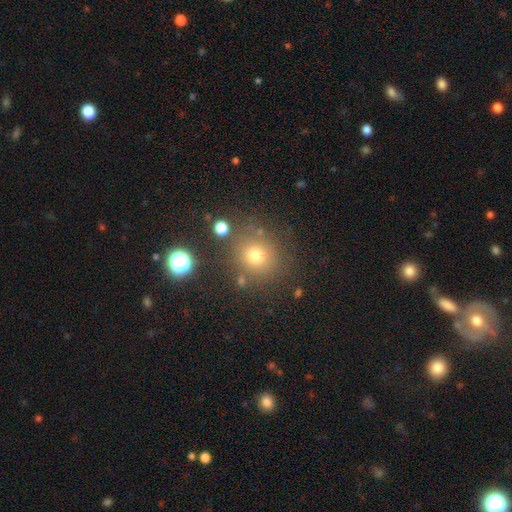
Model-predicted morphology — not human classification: Smooth or featured: smooth — 72% (star or artifact — 19%)
How rounded: round — 89% (in between — 10%)
Merging: none — 81% (minor disturbance — 10%)